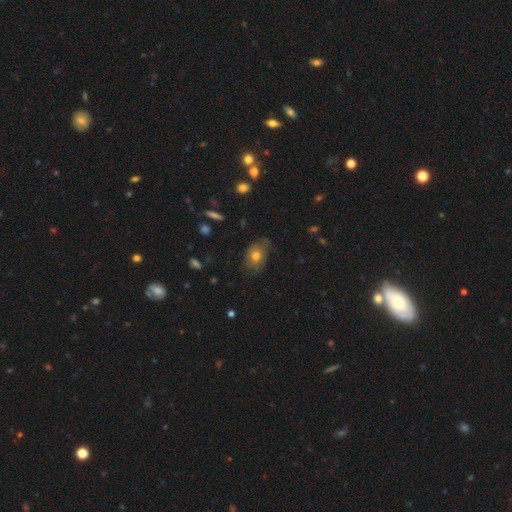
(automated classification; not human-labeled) smooth-or-featured: smooth: 70% | featured or disk: 20% | star or artifact: 10%
  how-rounded: in between: 73% | round: 26% | cigar-shaped: 1%
  merging: none: 66% | minor disturbance: 25% | major disturbance: 7% | merger: 1%